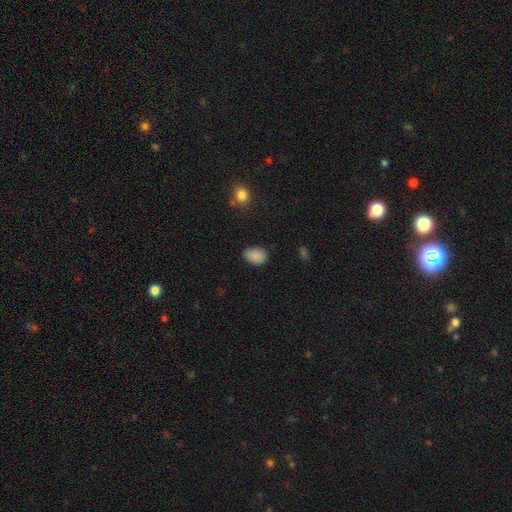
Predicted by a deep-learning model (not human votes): Smooth or featured? Predicted: smooth (p=0.88). How rounded? Predicted: in between (p=0.78). Merging? Predicted: none (p=0.78).